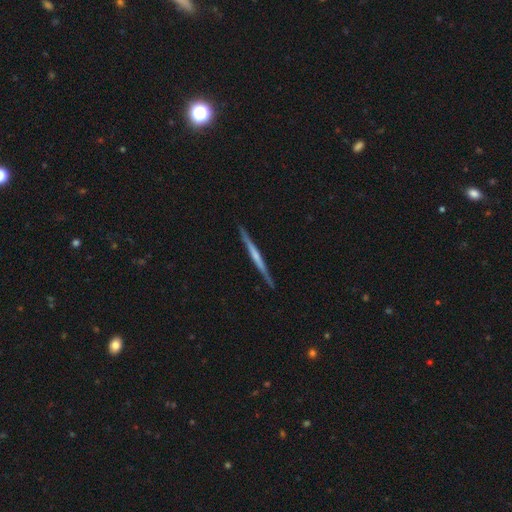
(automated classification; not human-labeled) This is likely a featured or disk galaxy (67%). It is clearly viewed edge-on (98%). Edge-on bulge: possibly none (58%). Merging: clearly none (90%).